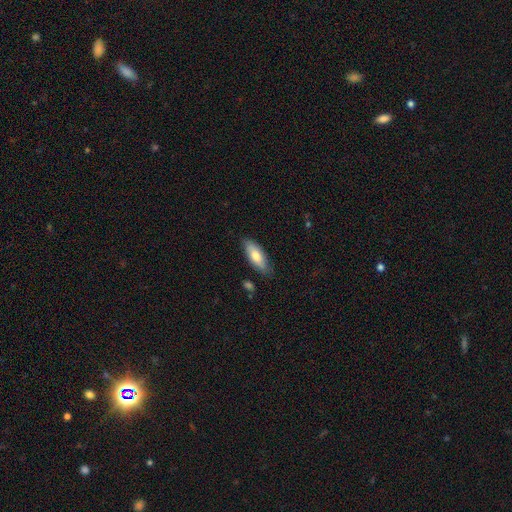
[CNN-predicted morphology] smooth-or-featured: smooth: 72% | featured or disk: 22% | star or artifact: 6%
  how-rounded: in between: 72% | cigar-shaped: 26% | round: 2%
  merging: none: 79% | minor disturbance: 16% | major disturbance: 3% | merger: 2%